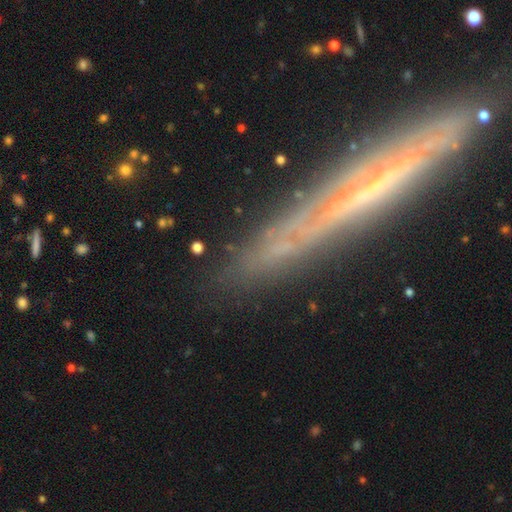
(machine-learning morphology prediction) Q: Smooth or featured?
A: featured or disk (63%); runner-up: smooth (21%)
Q: Edge-on disk?
A: yes (81%); runner-up: no (19%)
Q: Edge-on bulge?
A: none (65%); runner-up: rounded (22%)
Q: Merging?
A: none (79%); runner-up: minor disturbance (13%)